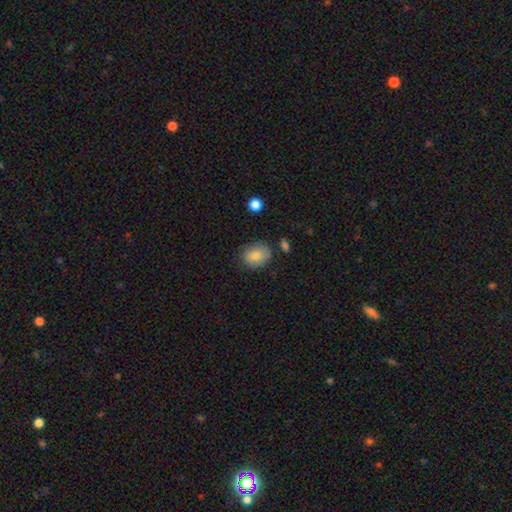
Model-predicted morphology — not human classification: smooth 75%, featured or disk 15%, star or artifact 10%. Down the decision tree: how rounded — round (51%); merging — none (75%).